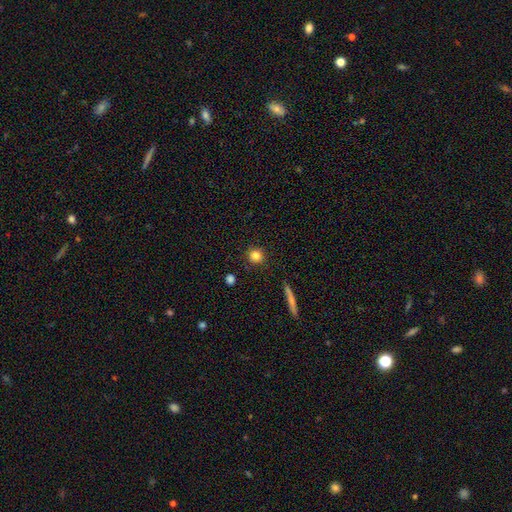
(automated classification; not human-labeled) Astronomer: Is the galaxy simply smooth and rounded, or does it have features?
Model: smooth — 82%.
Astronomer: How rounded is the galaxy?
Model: round — 91%.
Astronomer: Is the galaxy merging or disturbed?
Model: none — 89%.